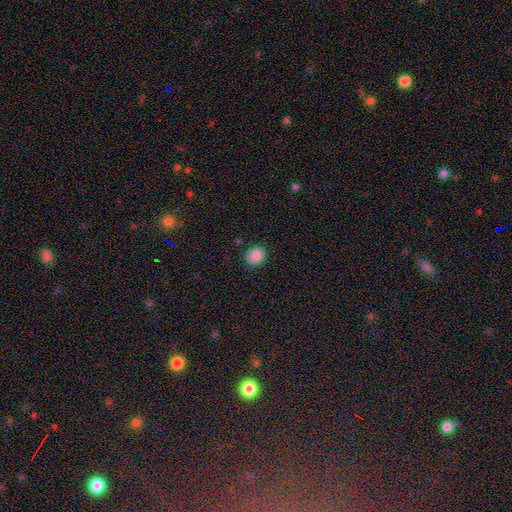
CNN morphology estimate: Q: Smooth or featured?
A: smooth (88%); runner-up: star or artifact (10%)
Q: How rounded?
A: round (71%); runner-up: in between (28%)
Q: Merging?
A: none (87%); runner-up: minor disturbance (9%)